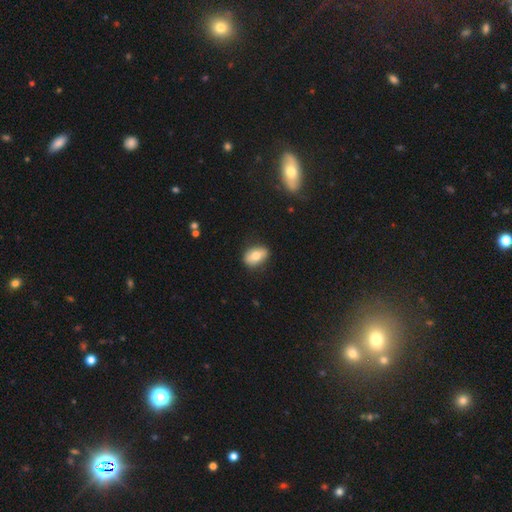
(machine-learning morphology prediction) smooth_or_featured: smooth (p=0.72) [alt: featured or disk p=0.21]
how_rounded: in between (p=0.84) [alt: round p=0.13]
merging: none (p=0.83) [alt: minor disturbance p=0.13]